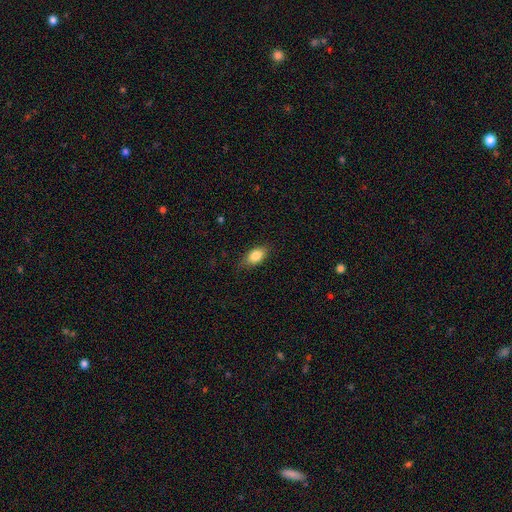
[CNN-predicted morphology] smooth_or_featured: smooth (p=0.84) [alt: featured or disk p=0.09]
how_rounded: in between (p=0.88) [alt: round p=0.08]
merging: none (p=0.81) [alt: minor disturbance p=0.15]